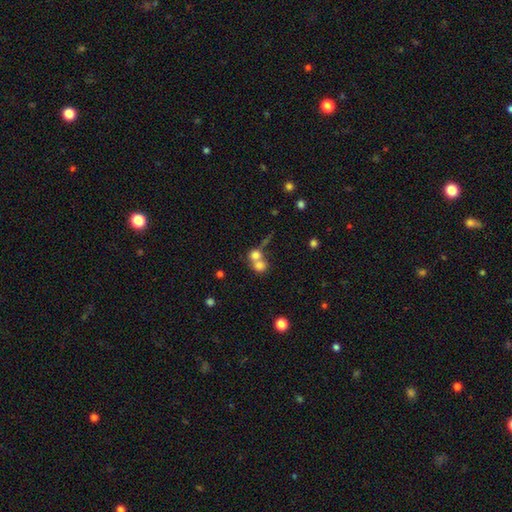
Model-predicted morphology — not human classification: Overall: smooth (73%). How rounded: round (79%). Merging: merger (62%; none 29%).